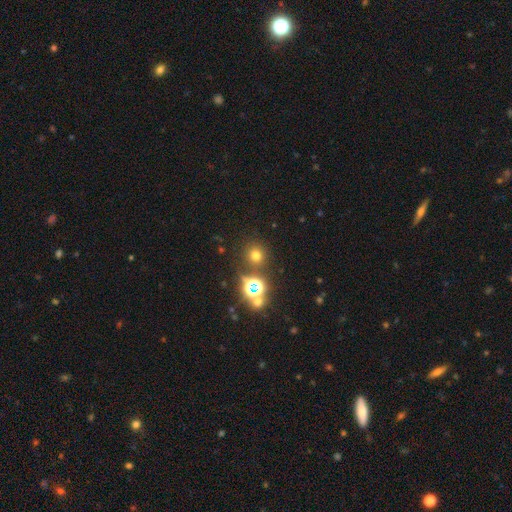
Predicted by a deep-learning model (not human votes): Smooth or featured? Predicted: smooth (p=0.64). How rounded? Predicted: round (p=0.92). Merging? Predicted: none (p=0.84).